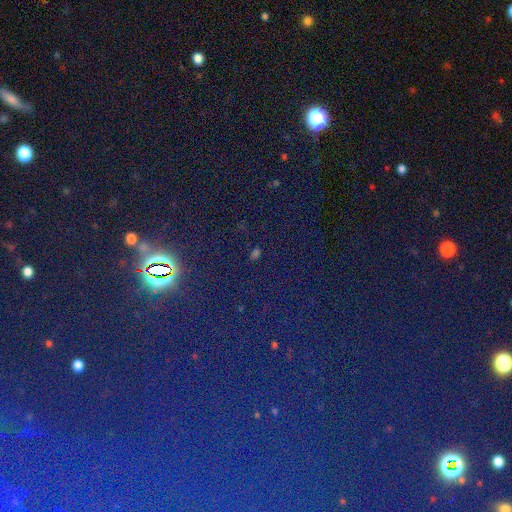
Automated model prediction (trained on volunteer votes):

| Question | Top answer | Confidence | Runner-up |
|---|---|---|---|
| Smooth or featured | star or artifact | 84% | smooth (10%) |